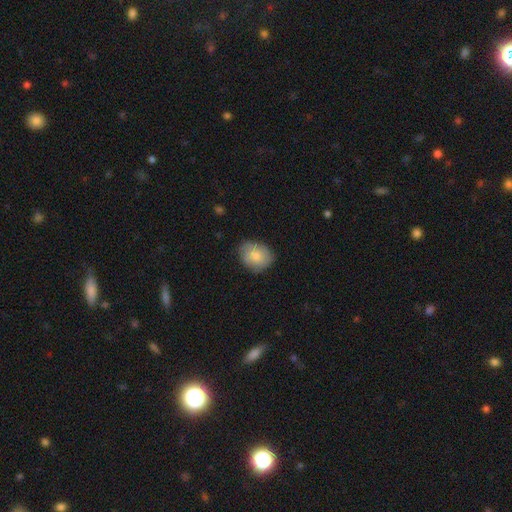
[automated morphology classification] Smooth or featured: smooth — 75% (featured or disk — 18%)
How rounded: round — 53% (in between — 46%)
Merging: none — 75% (minor disturbance — 20%)